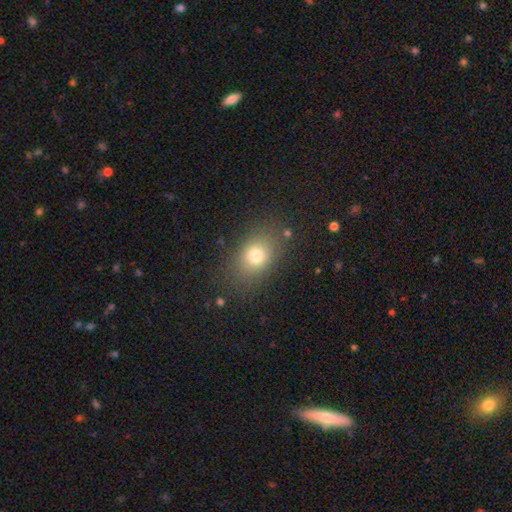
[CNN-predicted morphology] A smooth galaxy with no disk features (76%) that is in between round and cigar-shaped (69%).

Vote fractions:
- Smooth or featured? smooth: 76% / star or artifact: 13% / featured or disk: 11%
- How rounded? in between: 69% / round: 30% / cigar-shaped: 2%
- Merging? none: 81% / minor disturbance: 12% / major disturbance: 5% / merger: 2%